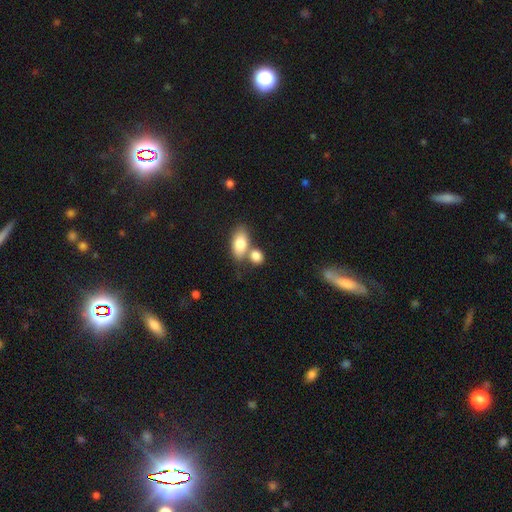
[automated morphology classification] A smooth galaxy with no disk features (82%) that is in between round and cigar-shaped (68%).

Vote fractions:
- Smooth or featured? smooth: 82% / featured or disk: 10% / star or artifact: 8%
- How rounded? in between: 68% / round: 29% / cigar-shaped: 4%
- Merging? none: 44% / merger: 41% / minor disturbance: 11% / major disturbance: 4%